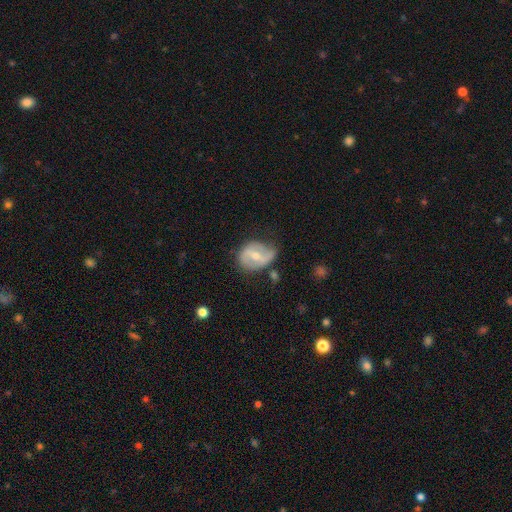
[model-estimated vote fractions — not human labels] This is likely a featured or disk galaxy (64%). It is clearly not viewed edge-on (96%). Bar: marginally weak (43%). Spiral arm pattern: likely yes (67%). Central bulge: possibly moderate (52%). Merging: possibly none (51%).